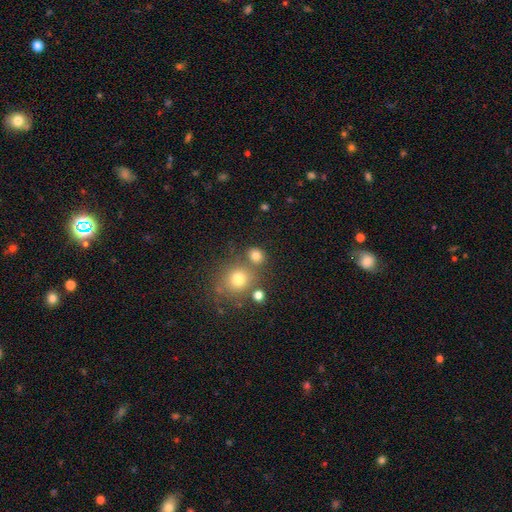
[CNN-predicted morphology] Smooth or featured? smooth (77%)
How rounded? round (77%)
Merging? none (67%)